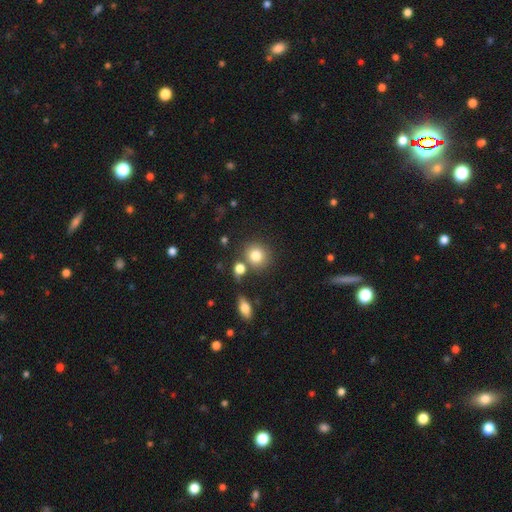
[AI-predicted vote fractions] Q: Smooth or featured?
A: smooth (81%); runner-up: star or artifact (11%)
Q: How rounded?
A: round (84%); runner-up: in between (15%)
Q: Merging?
A: none (72%); runner-up: merger (14%)